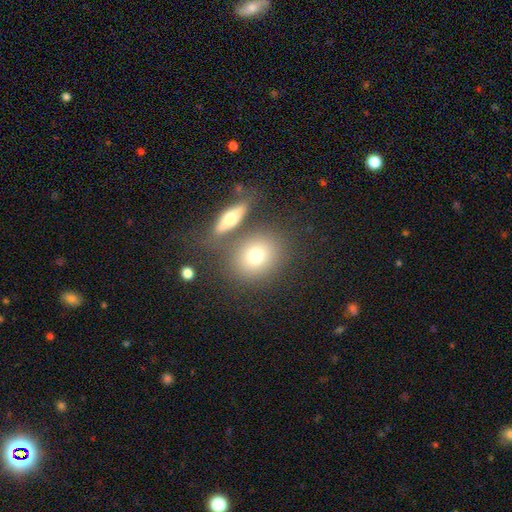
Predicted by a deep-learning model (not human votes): A smooth galaxy with no disk features (73%) that is round (66%). Merging: none (68%).